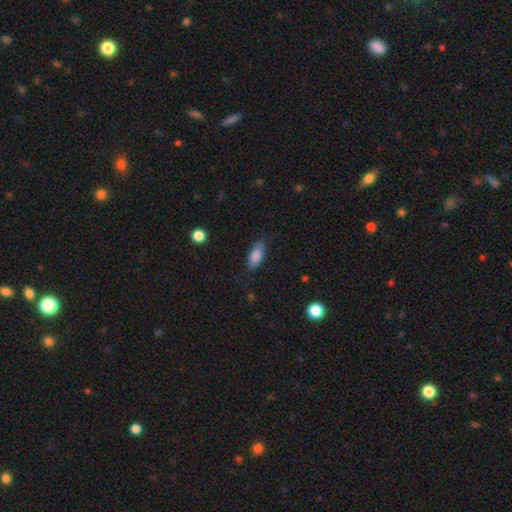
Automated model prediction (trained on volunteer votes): Morphology: type=smooth (85%); roundness=in between (83%); merging=none (78%).